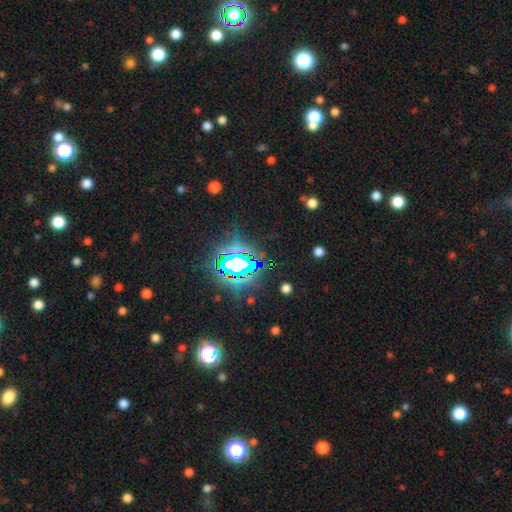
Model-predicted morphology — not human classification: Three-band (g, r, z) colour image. It shows a star or artifact, not a galaxy (84%).